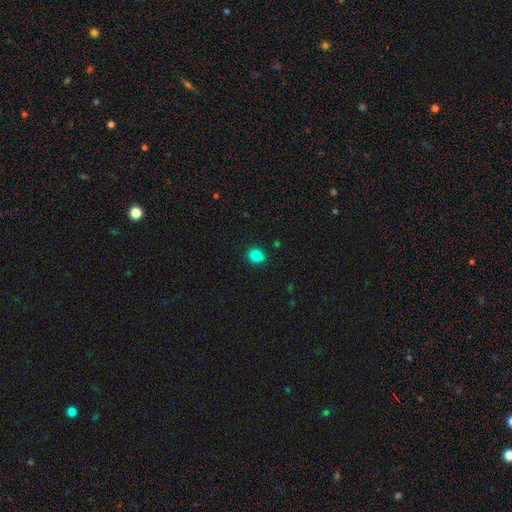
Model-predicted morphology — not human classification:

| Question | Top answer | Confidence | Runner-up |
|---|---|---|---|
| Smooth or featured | smooth | 83% | star or artifact (11%) |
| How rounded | round | 75% | in between (24%) |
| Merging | none | 88% | minor disturbance (9%) |